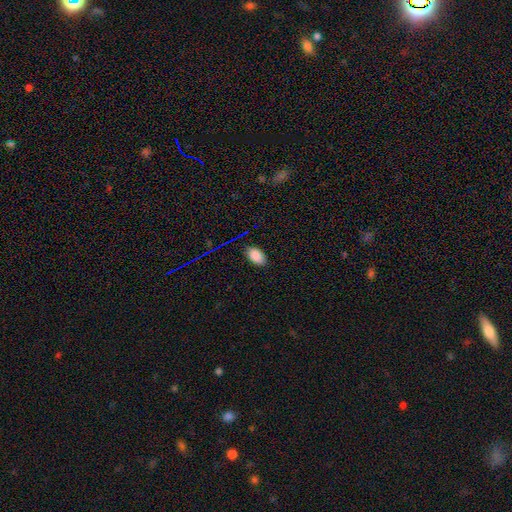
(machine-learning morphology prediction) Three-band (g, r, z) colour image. It shows a smooth galaxy with no disk features (85%) that is in between round and cigar-shaped (92%). Merging: none (82%).